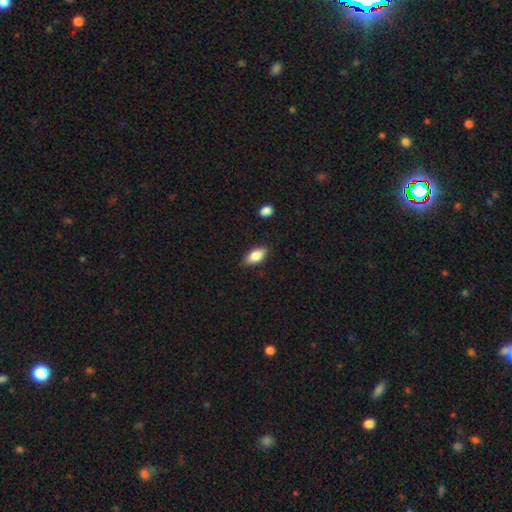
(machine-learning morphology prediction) Smooth or featured? Predicted: smooth (p=0.81). How rounded? Predicted: in between (p=0.89). Merging? Predicted: none (p=0.84).